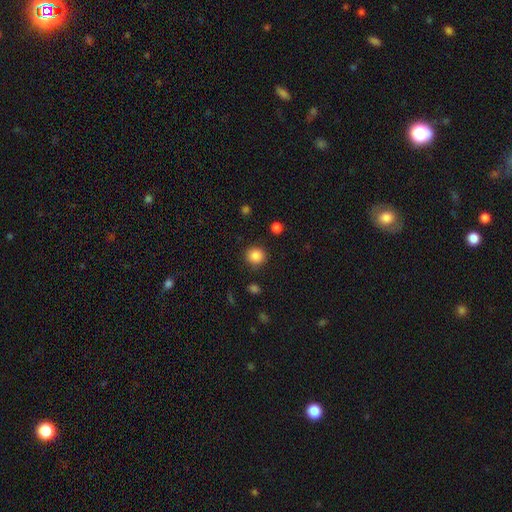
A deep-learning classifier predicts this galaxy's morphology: A smooth galaxy with no disk features (86%) that is round (87%).

Vote fractions:
- Smooth or featured? smooth: 86% / star or artifact: 10% / featured or disk: 4%
- How rounded? round: 87% / in between: 12% / cigar-shaped: 1%
- Merging? none: 89% / minor disturbance: 7% / major disturbance: 3% / merger: 2%